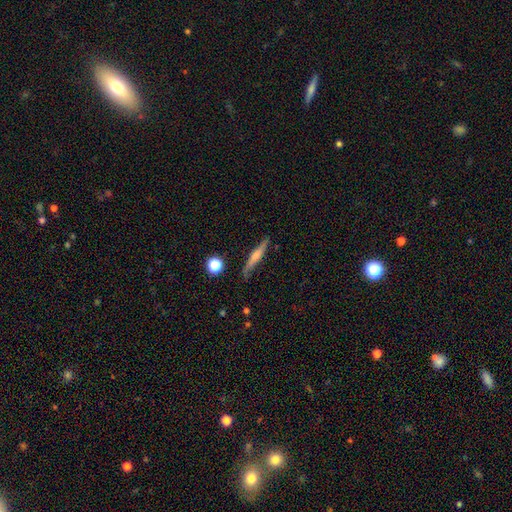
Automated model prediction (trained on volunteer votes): This is possibly a smooth galaxy (47%). Merging: likely none (80%).